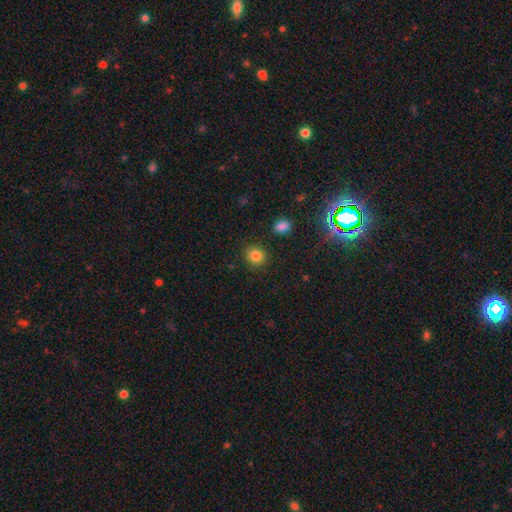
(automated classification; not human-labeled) Overall: smooth (83%). How rounded: round (81%). Merging: none (87%).